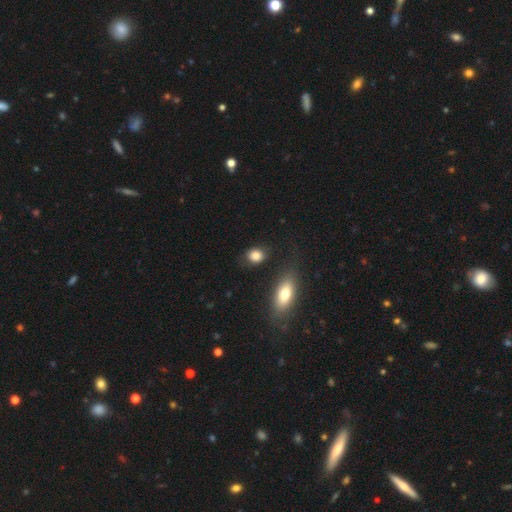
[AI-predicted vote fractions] smooth-or-featured: smooth: 84% | star or artifact: 9% | featured or disk: 7%
  how-rounded: round: 53% | in between: 45% | cigar-shaped: 2%
  merging: none: 75% | minor disturbance: 15% | merger: 5% | major disturbance: 5%